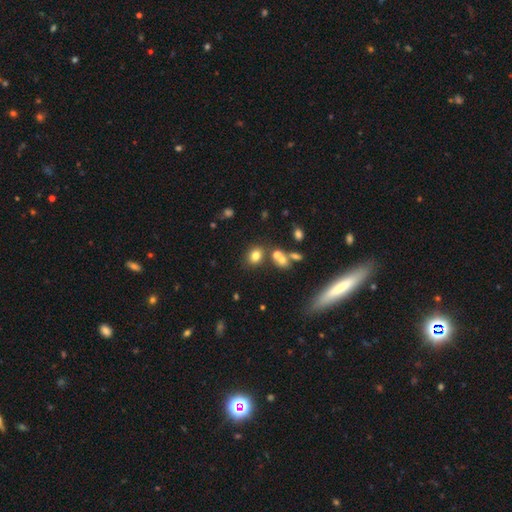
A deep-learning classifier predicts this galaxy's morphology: This is likely a smooth galaxy (75%). How rounded: possibly round (54%). Merging: likely none (69%).